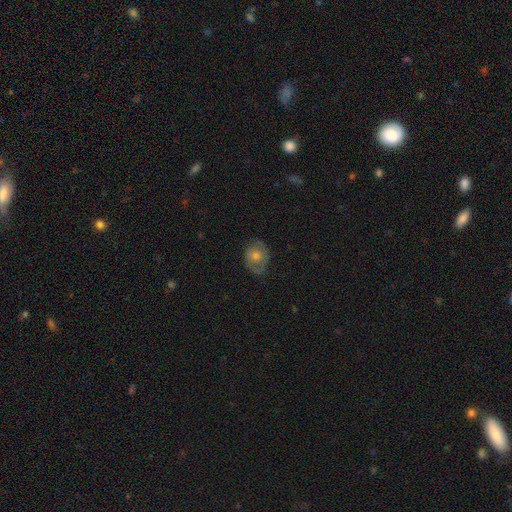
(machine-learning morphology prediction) Overall: smooth (49%; featured or disk 43%). Merging: none (71%).